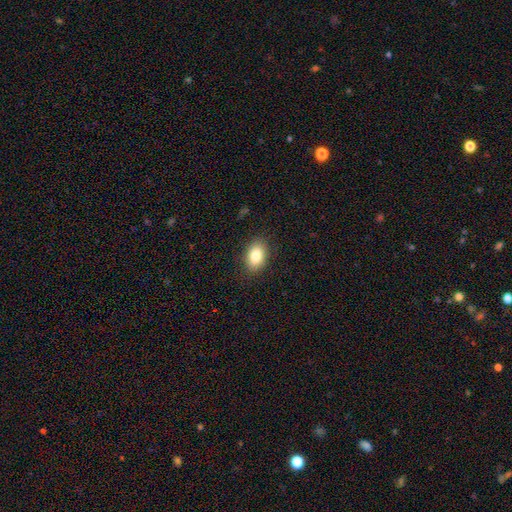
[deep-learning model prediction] Smooth or featured? smooth (84%)
How rounded? in between (86%)
Merging? none (87%)